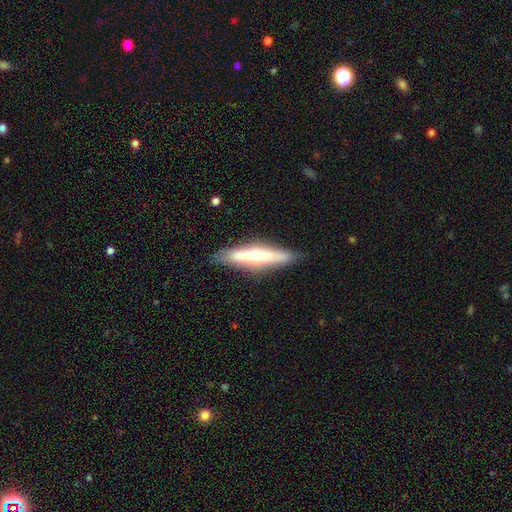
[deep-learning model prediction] smooth_or_featured: smooth (p=0.49) [alt: featured or disk p=0.45]
merging: none (p=0.83) [alt: minor disturbance p=0.13]